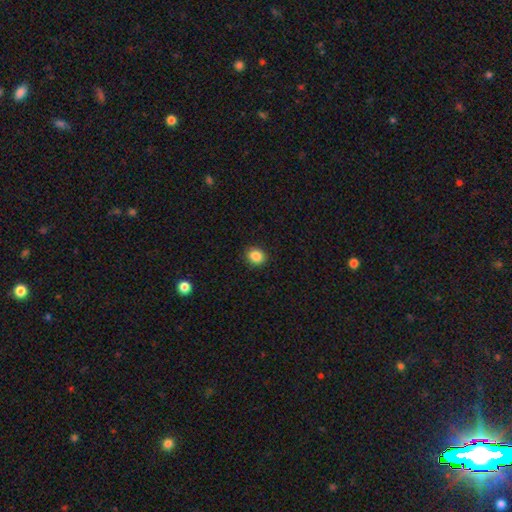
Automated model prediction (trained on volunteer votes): The model was most divided on "how rounded": round: 70%, in between: 29%, cigar-shaped: 1%. More confident: merging — none (90%); smooth or featured — smooth (86%).